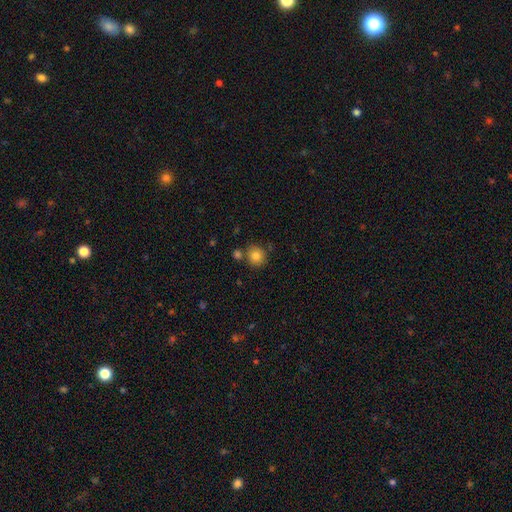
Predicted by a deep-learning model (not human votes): Smooth or featured?
  - smooth: 84% *
  - star or artifact: 10%
  - featured or disk: 6%
How rounded?
  - round: 91% *
  - in between: 8%
  - cigar-shaped: 1%
Merging?
  - none: 74% *
  - merger: 12%
  - minor disturbance: 10%
  - major disturbance: 3%